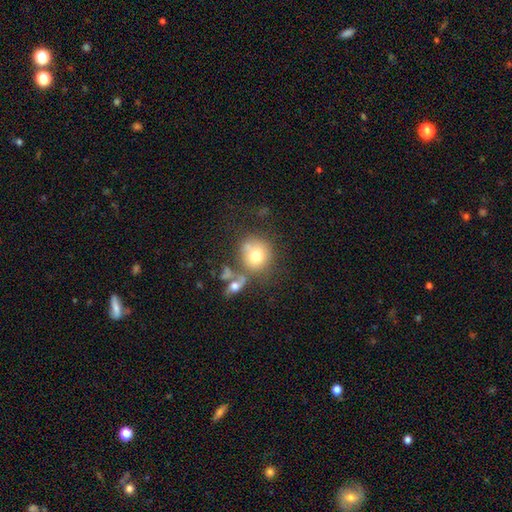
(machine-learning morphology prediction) The model was most divided on "merging": none: 55%, merger: 22%, minor disturbance: 15%, major disturbance: 8%. More confident: how rounded — round (84%); smooth or featured — smooth (73%).